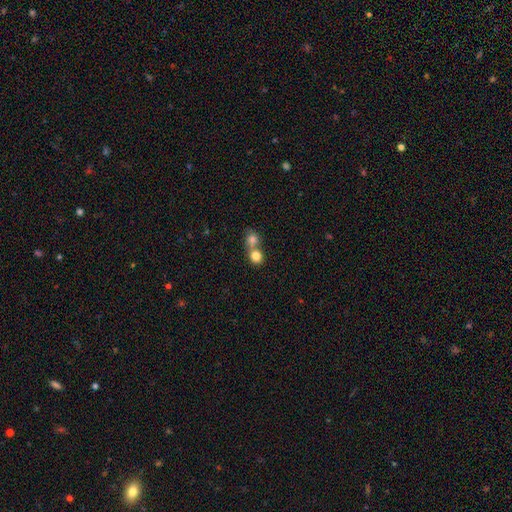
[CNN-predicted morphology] Q: Smooth or featured?
A: smooth (81%); runner-up: star or artifact (10%)
Q: How rounded?
A: round (81%); runner-up: in between (18%)
Q: Merging?
A: merger (60%); runner-up: none (33%)